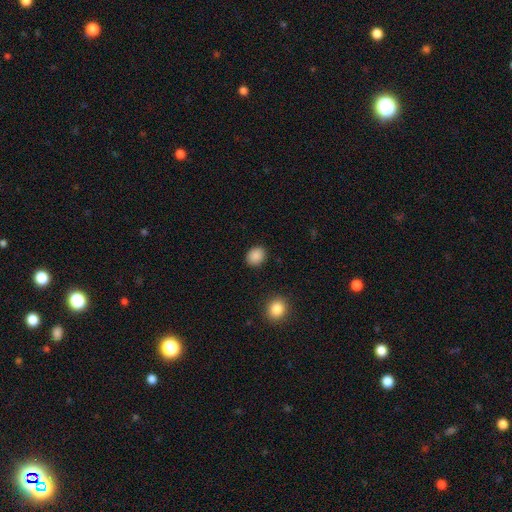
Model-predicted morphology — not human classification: smooth-or-featured: smooth: 88% | star or artifact: 9% | featured or disk: 3%
  how-rounded: round: 52% | in between: 47% | cigar-shaped: 1%
  merging: none: 89% | minor disturbance: 7% | major disturbance: 2% | merger: 1%